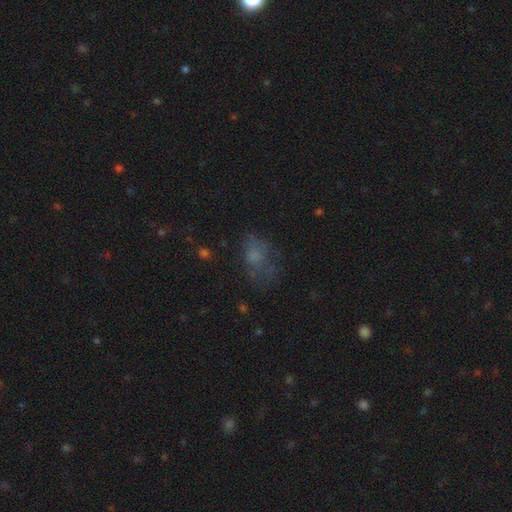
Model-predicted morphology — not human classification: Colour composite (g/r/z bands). It shows a smooth galaxy with no disk features (55%) that is in between round and cigar-shaped (73%). Merging: none (48%).